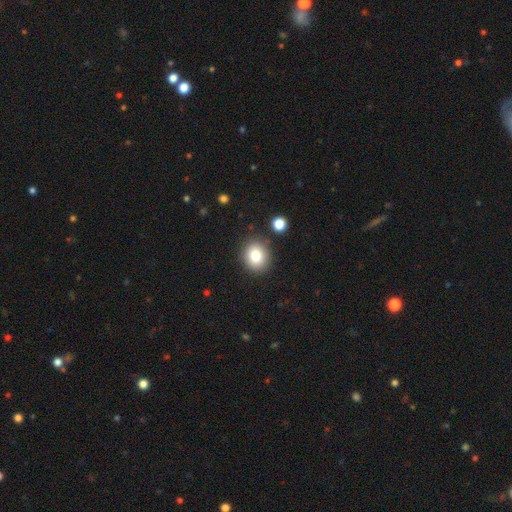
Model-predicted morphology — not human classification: A smooth galaxy with no disk features (81%) that is round (73%). Merging: none (86%).